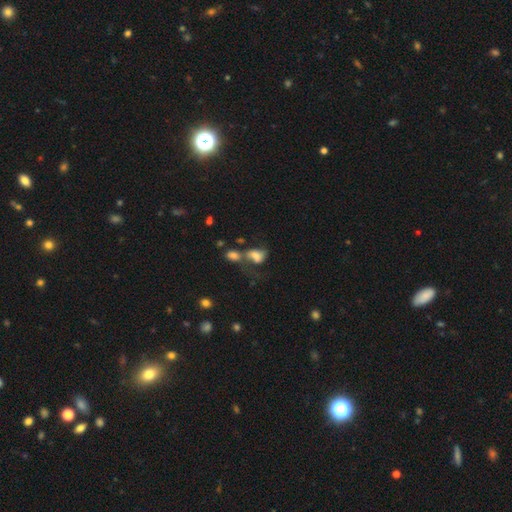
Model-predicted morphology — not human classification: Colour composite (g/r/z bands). It shows a smooth galaxy with no disk features (66%) that is in between round and cigar-shaped (80%). Merging: merger (53%).